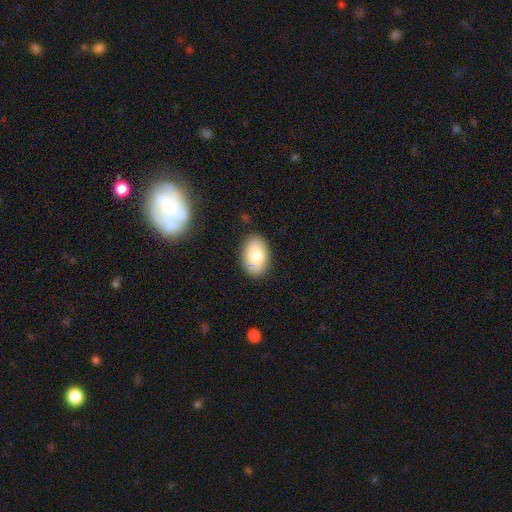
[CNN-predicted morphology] The model was most divided on "smooth or featured": smooth: 75%, featured or disk: 18%, star or artifact: 7%. More confident: how rounded — in between (88%); merging — none (83%).